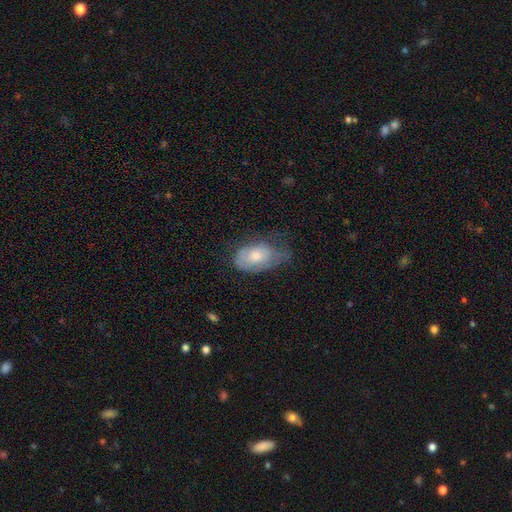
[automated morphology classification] Smooth or featured?
  - smooth: 60% *
  - featured or disk: 34%
  - star or artifact: 7%
How rounded?
  - in between: 89% *
  - round: 9%
  - cigar-shaped: 2%
Merging?
  - minor disturbance: 39% *
  - none: 34%
  - major disturbance: 25%
  - merger: 2%